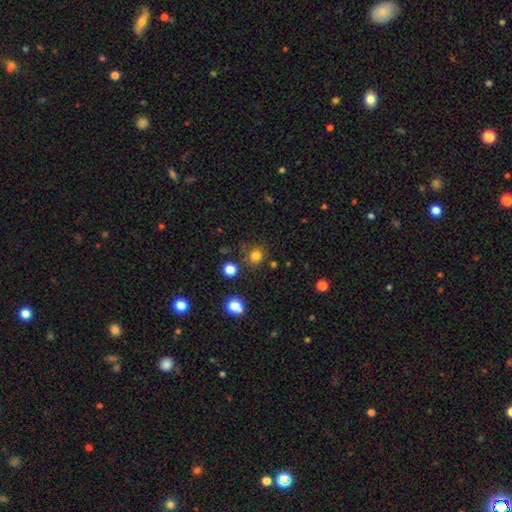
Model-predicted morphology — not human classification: smooth-or-featured: smooth: 79% | star or artifact: 16% | featured or disk: 5%
  how-rounded: round: 87% | in between: 12% | cigar-shaped: 1%
  merging: none: 80% | minor disturbance: 11% | merger: 5% | major disturbance: 4%